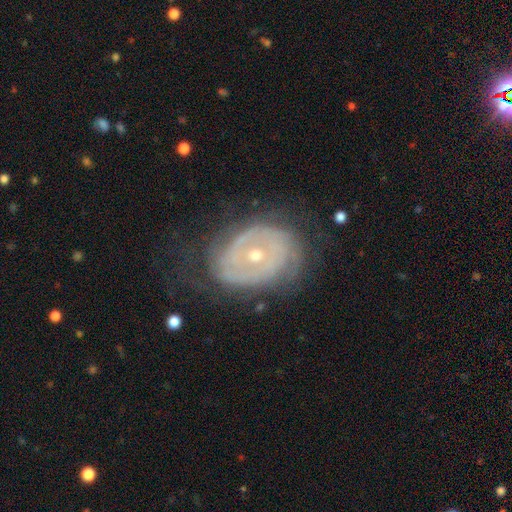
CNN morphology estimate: This is likely a featured or disk galaxy (78%). It is clearly not viewed edge-on (96%). Bar: likely no (74%). Spiral arm pattern: likely yes (75%). Spiral arm count: marginally can't tell (45%). Spiral winding: likely tight (69%). Central bulge: possibly small (58%). Merging: likely none (62%).